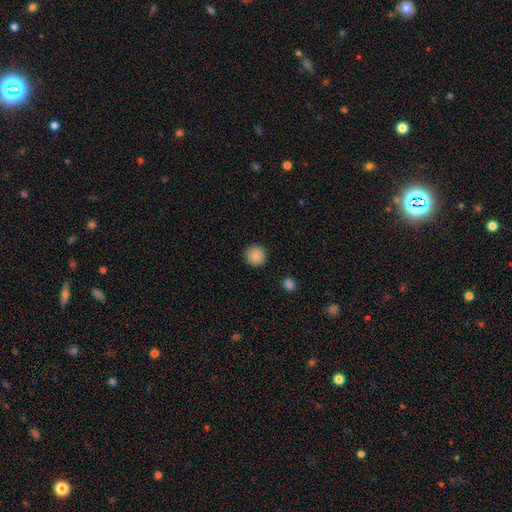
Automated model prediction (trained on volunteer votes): Smooth or featured?
  - smooth: 88% *
  - star or artifact: 8%
  - featured or disk: 3%
How rounded?
  - round: 95% *
  - in between: 4%
  - cigar-shaped: 1%
Merging?
  - none: 92% *
  - minor disturbance: 5%
  - major disturbance: 2%
  - merger: 1%